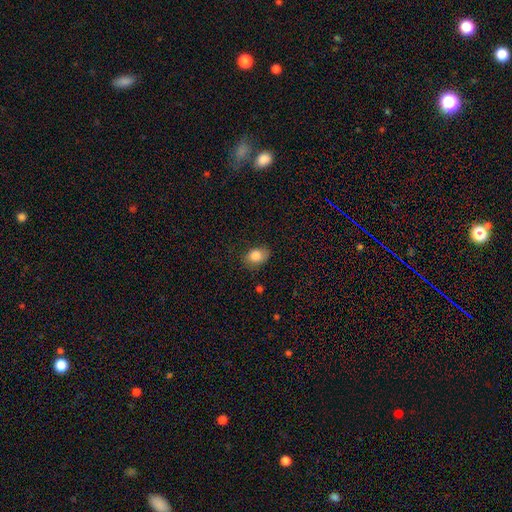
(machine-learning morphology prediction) The model was most divided on "merging": none: 71%, minor disturbance: 22%, major disturbance: 5%, merger: 1%. More confident: smooth or featured — smooth (85%); how rounded — in between (74%).